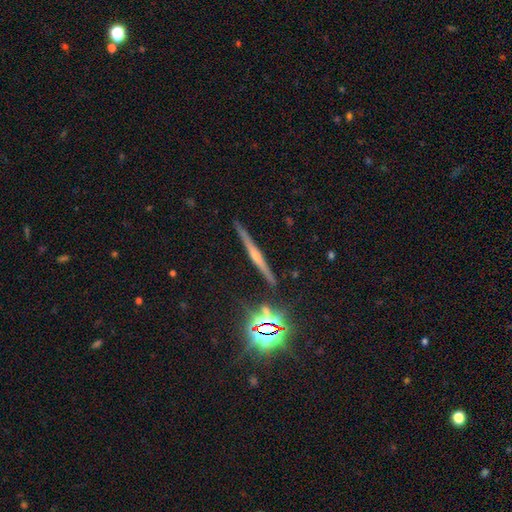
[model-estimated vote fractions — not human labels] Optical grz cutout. It shows a featured or disk galaxy (64%) viewed edge-on (95%) with a rounded central bulge (80%). Merging: none (87%).